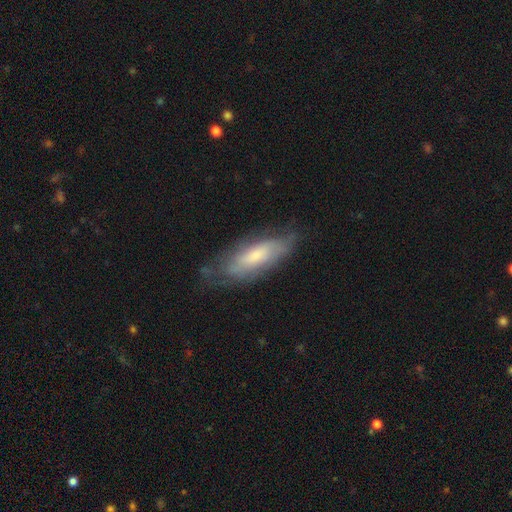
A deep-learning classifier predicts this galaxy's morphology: Smooth or featured? smooth (49%)
Merging? none (61%)